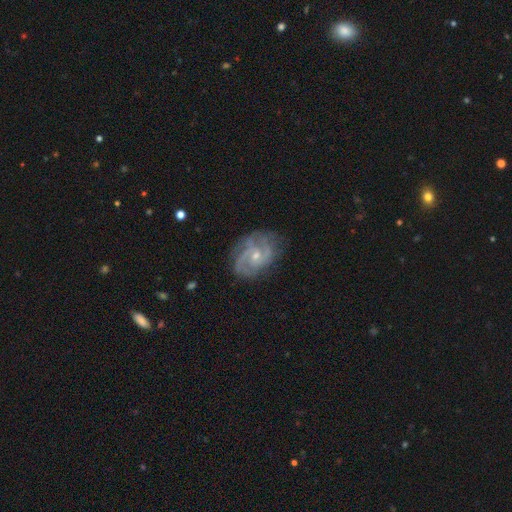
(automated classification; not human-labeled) The model was most divided on "spiral winding": medium: 47%, tight: 39%, loose: 14%. Remaining: edge-on disk — no (97%); spiral arms — yes (95%); smooth or featured — featured or disk (85%); merging — none (70%); bar — no (63%); bulge size — small (60%); spiral arm count — 2 (45%).